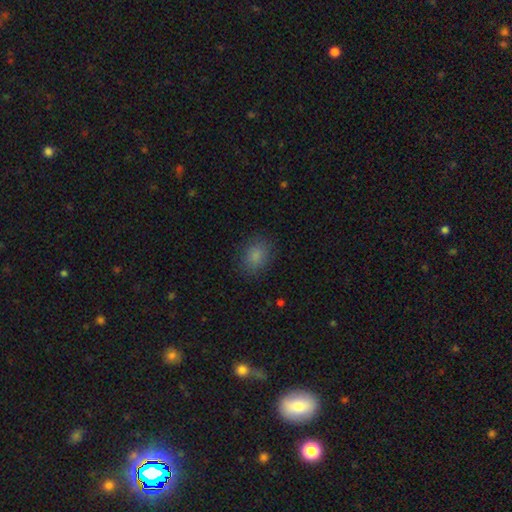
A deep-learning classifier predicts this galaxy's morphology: Smooth or featured?
  - smooth: 85% *
  - star or artifact: 10%
  - featured or disk: 5%
How rounded?
  - in between: 59% *
  - round: 40%
  - cigar-shaped: 1%
Merging?
  - none: 84% *
  - minor disturbance: 11%
  - major disturbance: 4%
  - merger: 1%